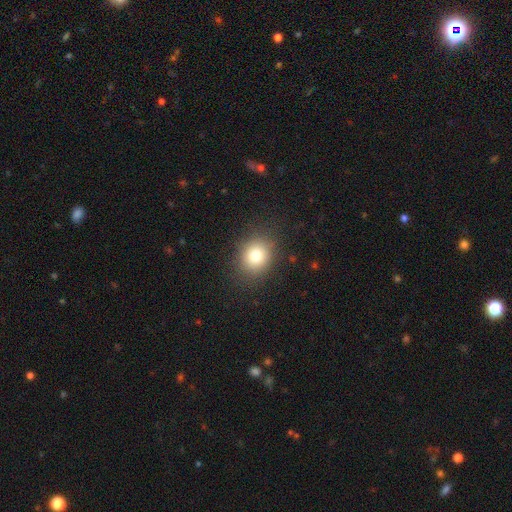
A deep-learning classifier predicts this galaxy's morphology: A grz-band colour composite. It shows a smooth galaxy with no disk features (81%) that is round (65%). Merging: none (85%).